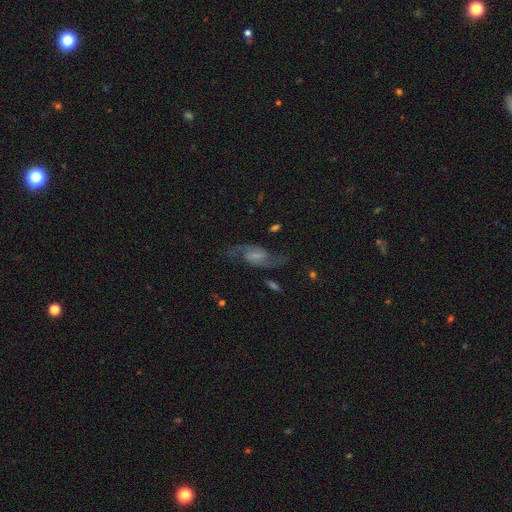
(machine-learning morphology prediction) smooth_or_featured: featured or disk (p=0.83) [alt: smooth p=0.09]
disk_edge_on: no (p=0.96) [alt: yes p=0.04]
bar: weak (p=0.49) [alt: no p=0.30]
has_spiral_arms: yes (p=0.96) [alt: no p=0.04]
spiral_winding: loose (p=0.60) [alt: medium p=0.33]
spiral_arm_count: 2 (p=0.93) [alt: can't tell p=0.02]
bulge_size: none (p=0.37) [alt: small p=0.35]
merging: none (p=0.73) [alt: minor disturbance p=0.15]